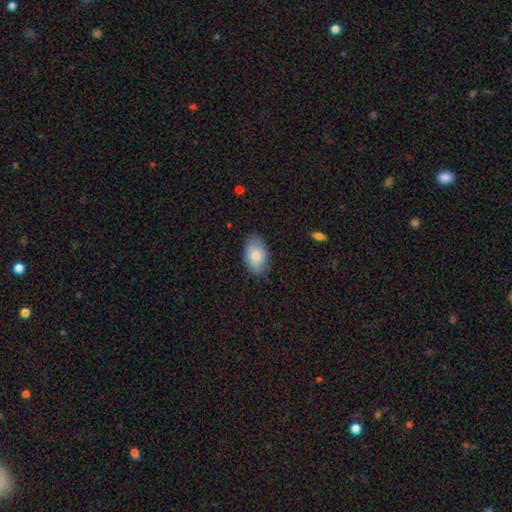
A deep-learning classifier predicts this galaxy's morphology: Smooth or featured? Predicted: smooth (p=0.84). How rounded? Predicted: in between (p=0.91). Merging? Predicted: none (p=0.82).